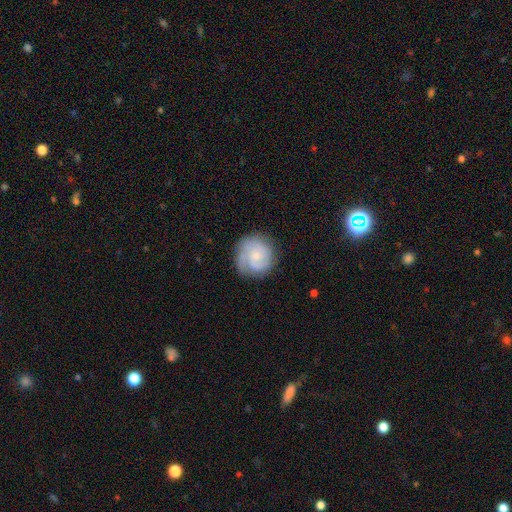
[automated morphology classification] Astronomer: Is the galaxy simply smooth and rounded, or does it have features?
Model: featured or disk — 62%.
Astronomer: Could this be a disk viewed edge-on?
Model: no — 98%.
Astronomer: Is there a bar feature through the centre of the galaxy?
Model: no — 71%.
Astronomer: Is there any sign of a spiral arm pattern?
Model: yes — 91%.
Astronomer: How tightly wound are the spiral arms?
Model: tight — 56% (runner-up: medium, 33%).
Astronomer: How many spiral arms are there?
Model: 2 — 34% (runner-up: can't tell, 24%).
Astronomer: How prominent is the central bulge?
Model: small — 60%.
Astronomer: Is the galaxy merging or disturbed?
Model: none — 72%.